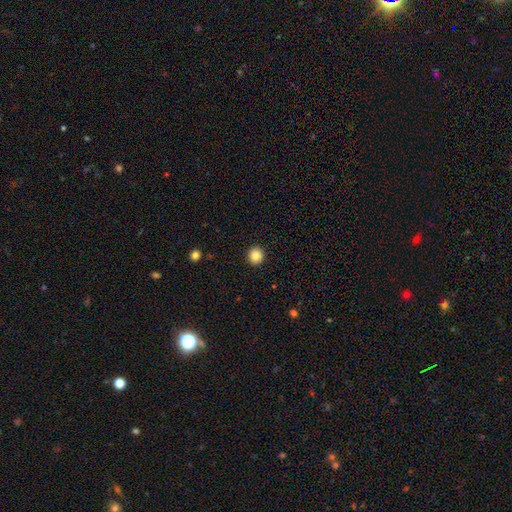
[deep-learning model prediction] This appears to be a smooth galaxy with no disk features (85%) that is round (89%). Merging: none (93%).